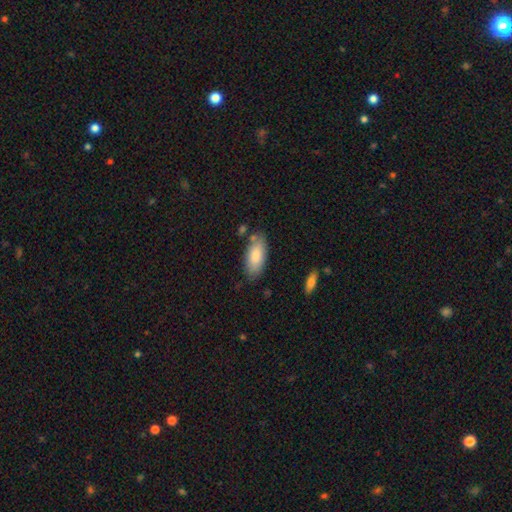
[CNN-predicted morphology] Smooth or featured: smooth — 82% (featured or disk — 12%)
How rounded: in between — 90% (cigar-shaped — 8%)
Merging: none — 75% (minor disturbance — 16%)